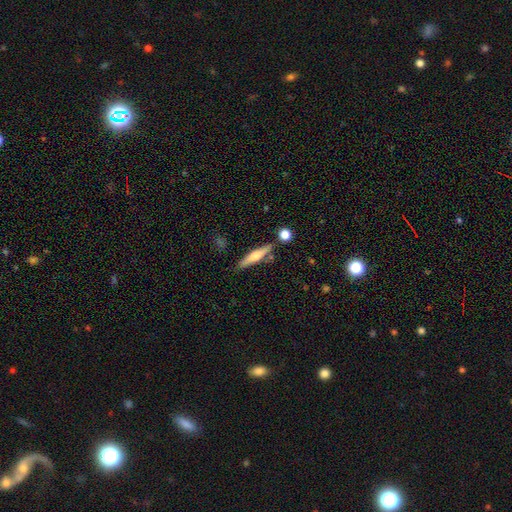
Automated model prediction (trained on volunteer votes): Morphology: type=smooth (49%); merging=none (80%).